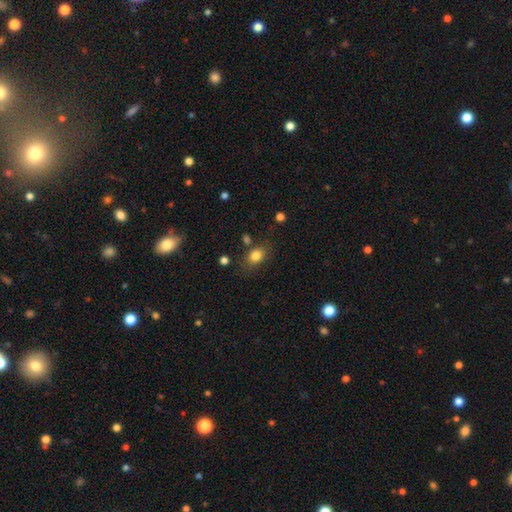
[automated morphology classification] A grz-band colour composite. It shows a smooth galaxy with no disk features (82%) that is in between round and cigar-shaped (63%). Merging: none (73%).